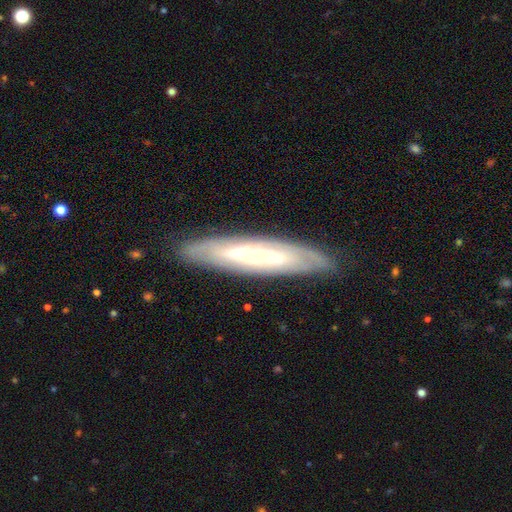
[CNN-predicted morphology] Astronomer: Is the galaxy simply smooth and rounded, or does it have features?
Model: featured or disk — 70%.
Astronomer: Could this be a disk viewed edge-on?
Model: no — 55% (runner-up: yes, 45%).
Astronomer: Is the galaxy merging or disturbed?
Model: none — 84%.